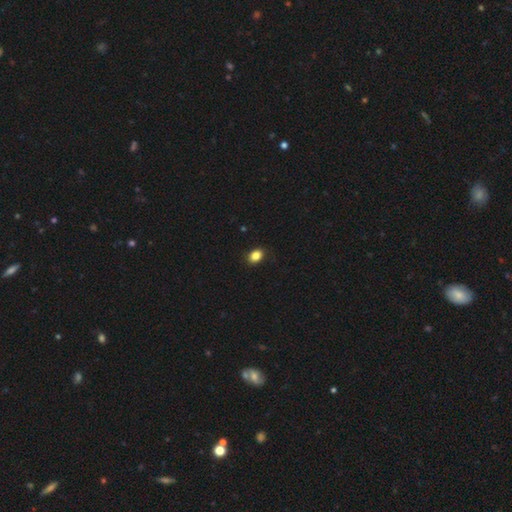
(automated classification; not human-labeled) smooth-or-featured: smooth: 86% | star or artifact: 10% | featured or disk: 4%
  how-rounded: in between: 63% | round: 36% | cigar-shaped: 1%
  merging: none: 89% | minor disturbance: 8% | major disturbance: 2% | merger: 1%